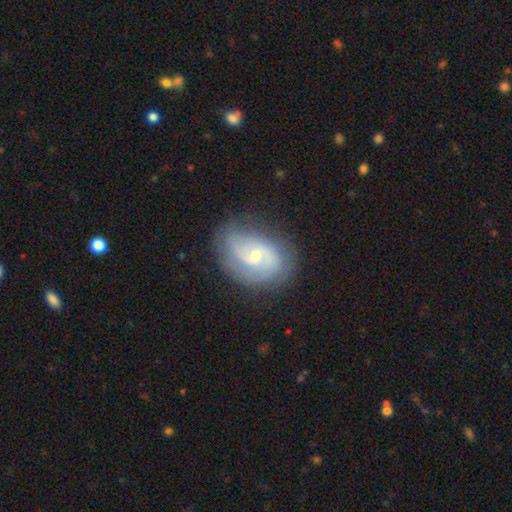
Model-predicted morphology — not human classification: featured or disk 77%, smooth 17%, star or artifact 7%. Down the decision tree: edge-on disk — no (97%); bar — no (54%); spiral arms — yes (91%); spiral arm count — 2 (65%); spiral winding — medium (45%); bulge size — small (63%); merging — none (73%).